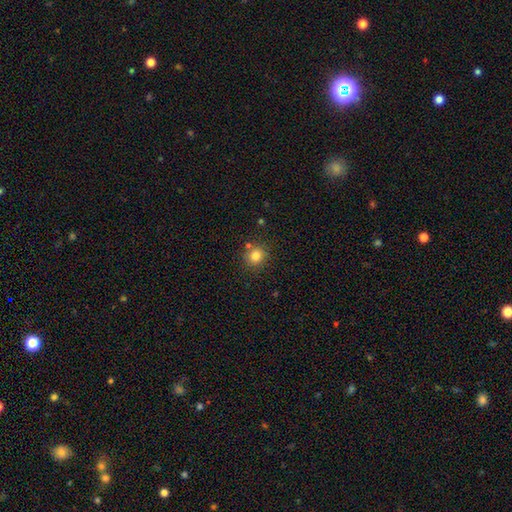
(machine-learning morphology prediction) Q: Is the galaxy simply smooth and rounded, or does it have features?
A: smooth — 81%.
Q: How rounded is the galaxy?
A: round — 89%.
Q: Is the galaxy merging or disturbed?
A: none — 82%.